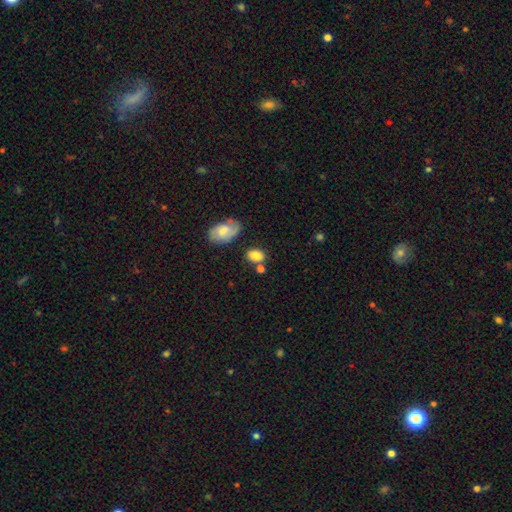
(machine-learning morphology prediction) A smooth galaxy with no disk features (82%) that is in between round and cigar-shaped (70%).

Vote fractions:
- Smooth or featured? smooth: 82% / featured or disk: 9% / star or artifact: 9%
- How rounded? in between: 70% / round: 29% / cigar-shaped: 2%
- Merging? none: 60% / merger: 18% / minor disturbance: 17% / major disturbance: 5%